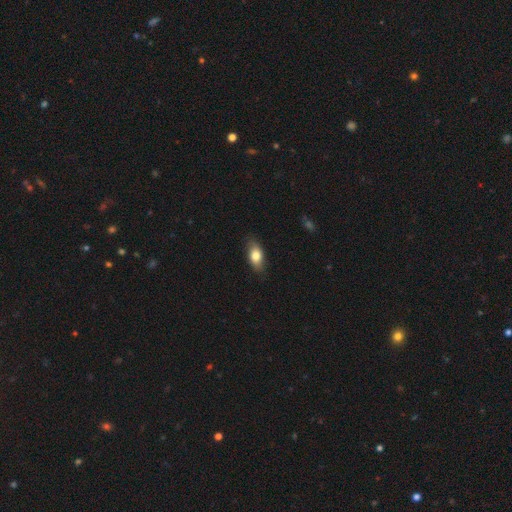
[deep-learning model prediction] This is likely a smooth galaxy (79%). How rounded: clearly in between (87%). Merging: clearly none (82%).